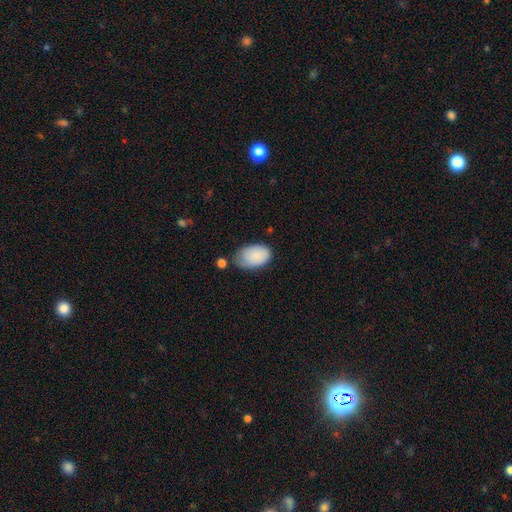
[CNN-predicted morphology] type=smooth (86%); roundness=in between (92%); merging=none (54%).